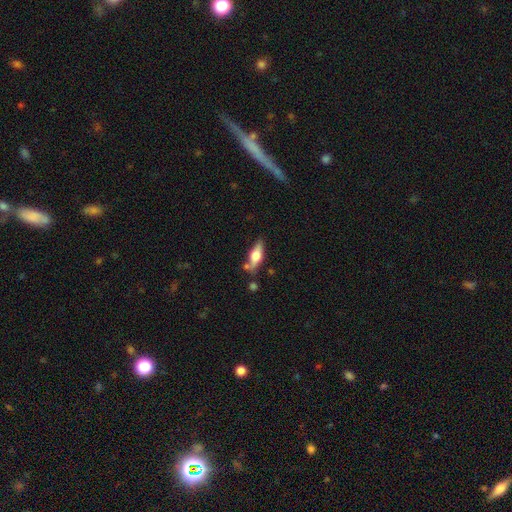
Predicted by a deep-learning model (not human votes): Smooth or featured? smooth (51%)
How rounded? in between (58%)
Merging? none (71%)